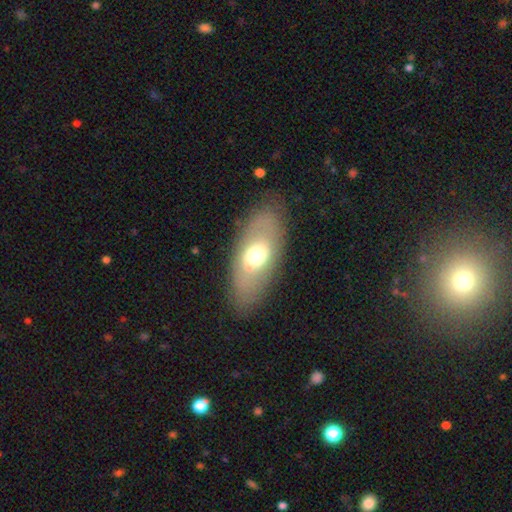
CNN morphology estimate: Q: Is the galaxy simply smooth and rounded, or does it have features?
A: smooth — 53%.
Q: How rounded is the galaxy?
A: in between — 87%.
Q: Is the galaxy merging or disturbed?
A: none — 80%.